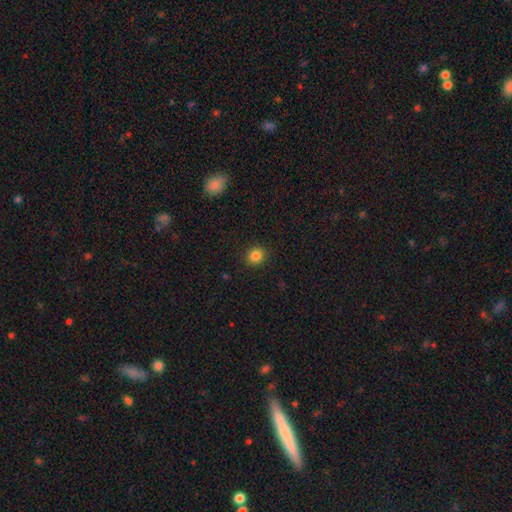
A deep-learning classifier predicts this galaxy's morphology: Overall: smooth (84%). How rounded: round (85%). Merging: none (91%).